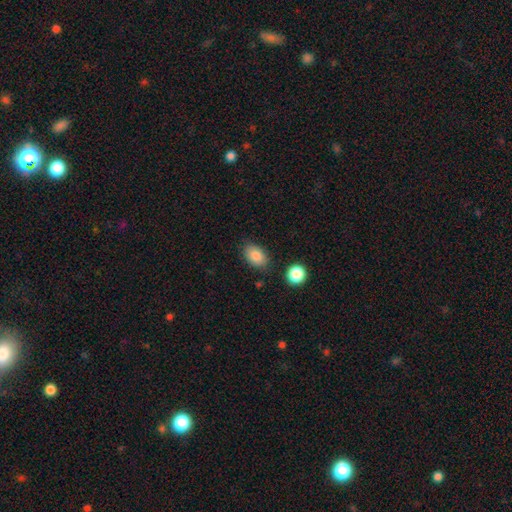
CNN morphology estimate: smooth-or-featured: smooth: 85% | star or artifact: 8% | featured or disk: 6%
  how-rounded: in between: 85% | round: 14% | cigar-shaped: 1%
  merging: none: 80% | minor disturbance: 13% | merger: 3% | major disturbance: 3%